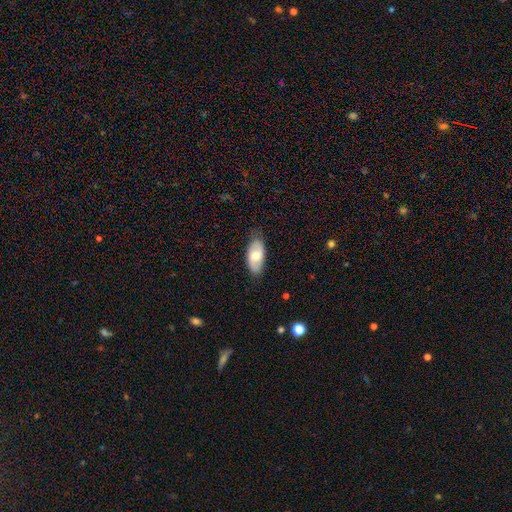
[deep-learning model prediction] The model was most divided on "smooth or featured": smooth: 66%, featured or disk: 28%, star or artifact: 6%. More confident: how rounded — in between (92%); merging — none (79%).